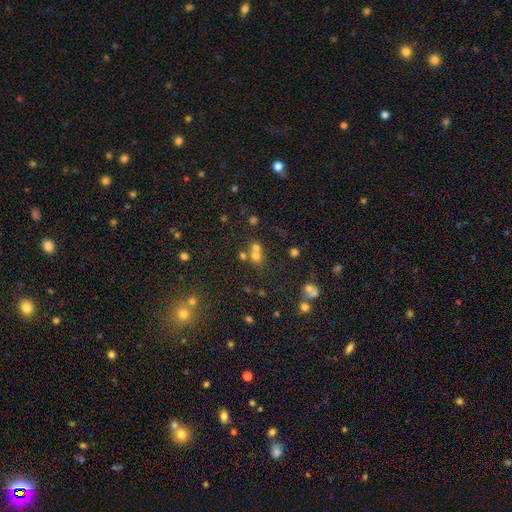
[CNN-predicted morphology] smooth_or_featured: smooth (p=0.61) [alt: star or artifact p=0.23]
how_rounded: round (p=0.80) [alt: in between p=0.19]
merging: merger (p=0.46) [alt: none p=0.42]